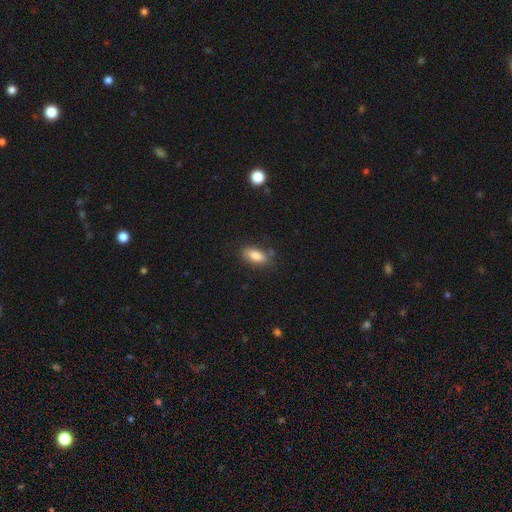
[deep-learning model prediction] Smooth or featured? Predicted: smooth (p=0.84). How rounded? Predicted: in between (p=0.84). Merging? Predicted: none (p=0.78).